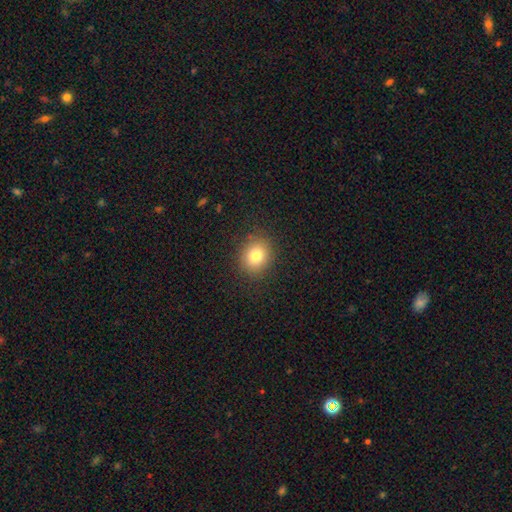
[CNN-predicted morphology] Smooth or featured? smooth (79%)
How rounded? round (69%)
Merging? none (88%)